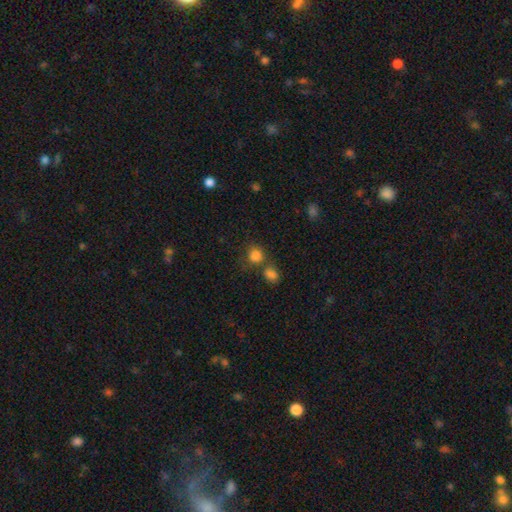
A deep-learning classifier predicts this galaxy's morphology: smooth 81%, star or artifact 13%, featured or disk 6%. Down the decision tree: how rounded — round (70%); merging — none (51%).